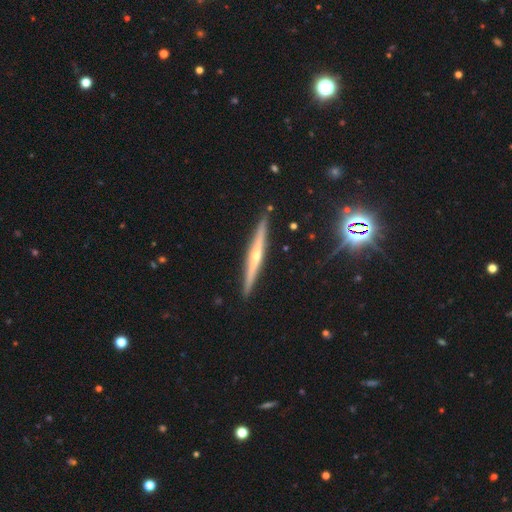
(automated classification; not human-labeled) A featured or disk galaxy (74%) viewed edge-on (98%) with a rounded central bulge (77%). Merging: none (91%).